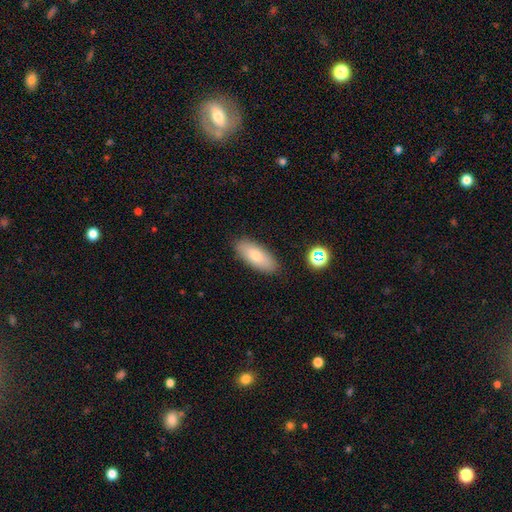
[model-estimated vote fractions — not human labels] smooth-or-featured: smooth: 78% | featured or disk: 15% | star or artifact: 7%
  how-rounded: in between: 81% | cigar-shaped: 17% | round: 2%
  merging: none: 86% | minor disturbance: 10% | major disturbance: 2% | merger: 2%